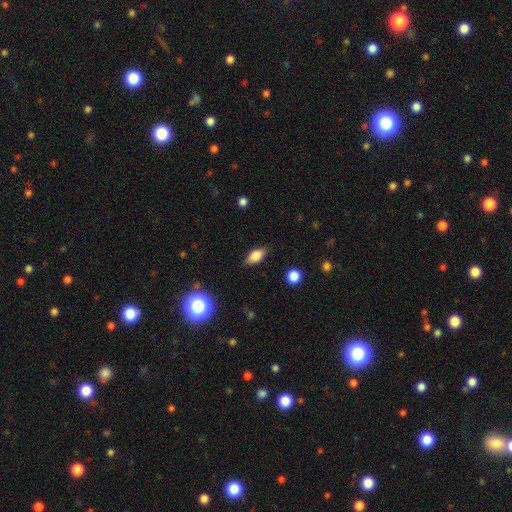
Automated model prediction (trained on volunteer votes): A smooth galaxy with no disk features (77%) that is in between round and cigar-shaped (84%).

Vote fractions:
- Smooth or featured? smooth: 77% / featured or disk: 15% / star or artifact: 9%
- How rounded? in between: 84% / cigar-shaped: 10% / round: 6%
- Merging? none: 83% / minor disturbance: 13% / major disturbance: 3% / merger: 1%